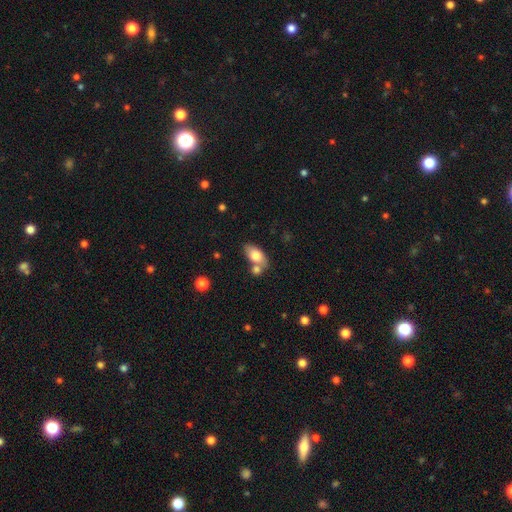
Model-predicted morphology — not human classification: Smooth or featured: smooth — 78% (featured or disk — 14%)
How rounded: in between — 90% (round — 6%)
Merging: none — 52% (merger — 30%)